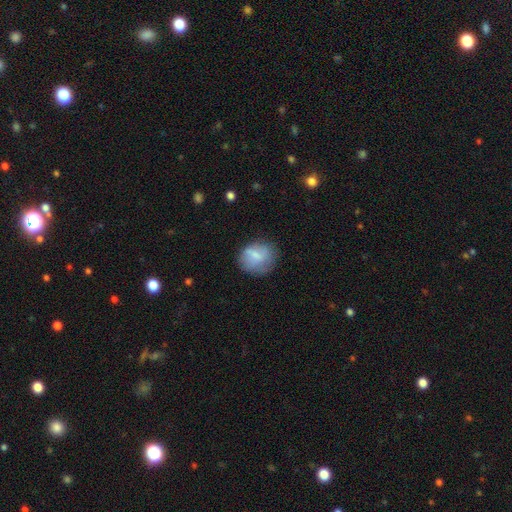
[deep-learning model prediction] smooth 72%, featured or disk 20%, star or artifact 8%. Down the decision tree: how rounded — round (62%); merging — none (63%).